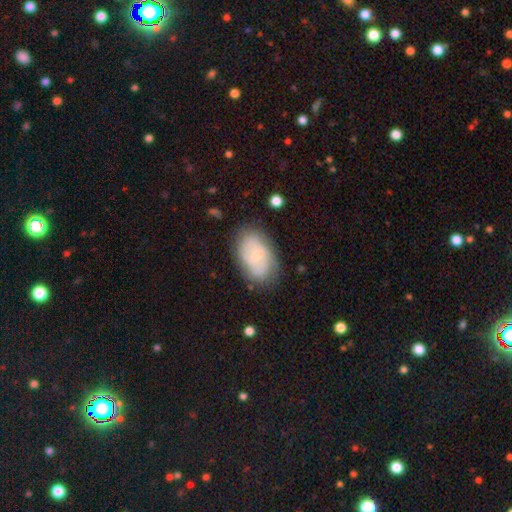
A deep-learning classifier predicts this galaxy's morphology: This is possibly a smooth galaxy (48%). Merging: likely none (70%).